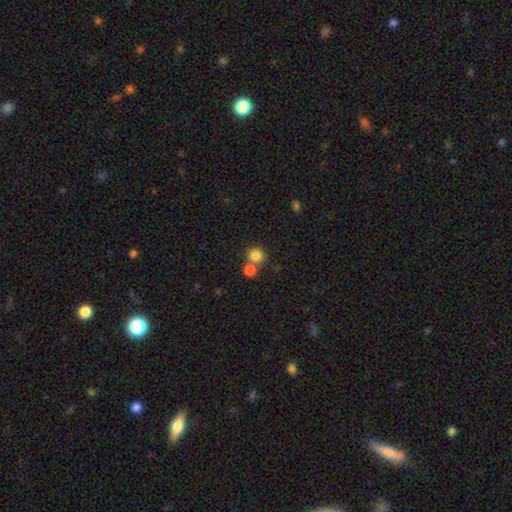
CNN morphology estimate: This appears to be a smooth galaxy with no disk features (83%) that is round (90%). Merging: none (60%).